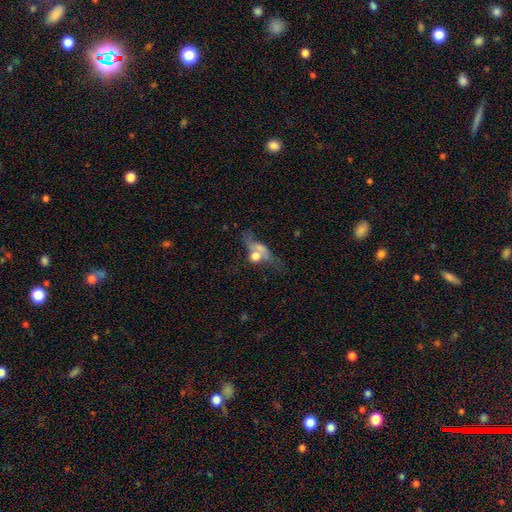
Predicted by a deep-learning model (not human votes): The model was most divided on "how rounded": in between: 49%, round: 38%, cigar-shaped: 13%. Remaining: smooth or featured — smooth (53%); merging — merger (42%).